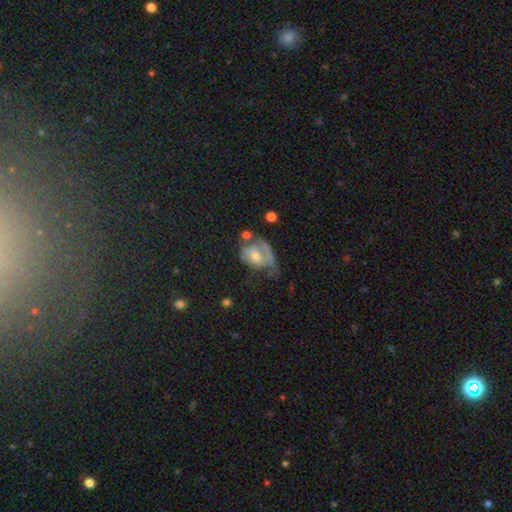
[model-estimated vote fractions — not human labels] Smooth or featured: featured or disk — 52% (smooth — 36%)
Edge-on disk: no — 95% (yes — 5%)
Merging: major disturbance — 38% (minor disturbance — 26%)